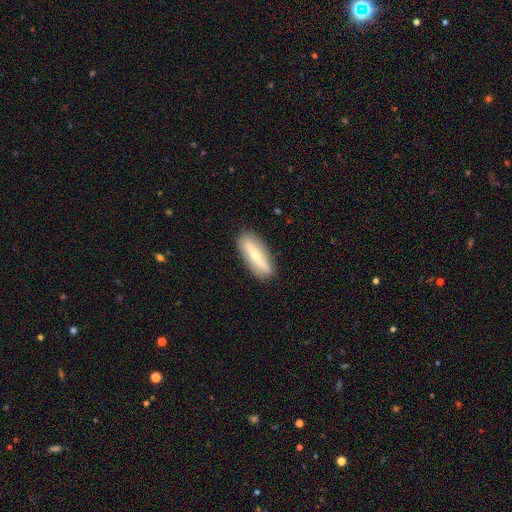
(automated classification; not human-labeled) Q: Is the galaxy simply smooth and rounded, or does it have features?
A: featured or disk — 47%, tied with smooth.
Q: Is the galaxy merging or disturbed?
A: none — 88%.